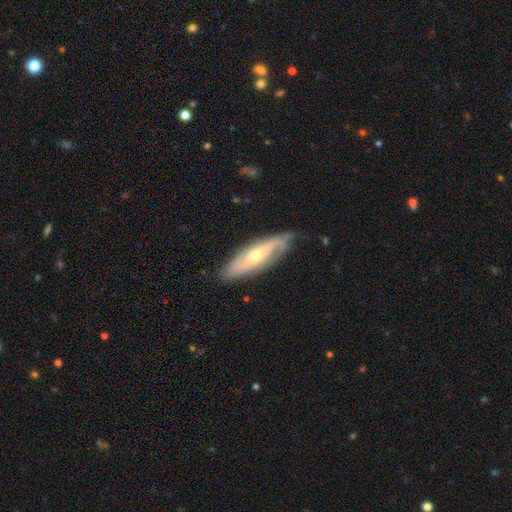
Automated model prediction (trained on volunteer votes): This is likely a featured or disk galaxy (65%). It is likely not viewed edge-on (70%). Merging: likely none (70%).